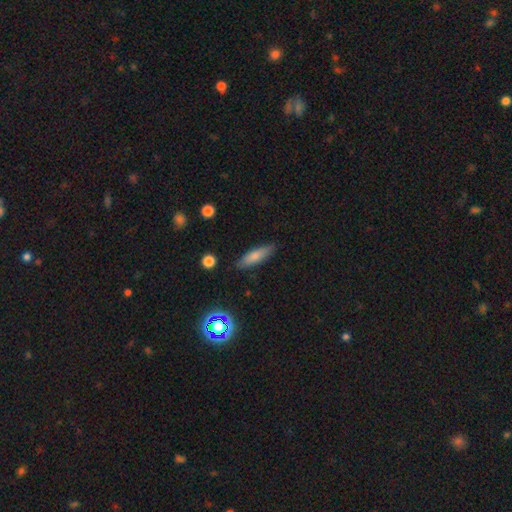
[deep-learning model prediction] The model was most divided on "how rounded": cigar-shaped: 65%, in between: 33%, round: 2%. More confident: merging — none (86%); smooth or featured — smooth (73%).